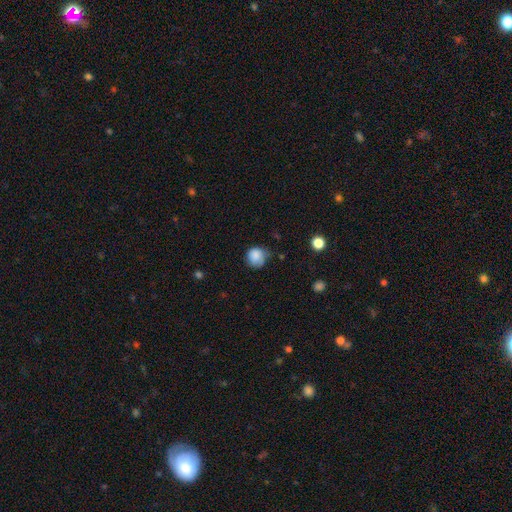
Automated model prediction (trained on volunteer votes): The model was most divided on "merging": none: 56%, minor disturbance: 32%, major disturbance: 9%, merger: 3%. More confident: how rounded — round (85%); smooth or featured — smooth (83%).